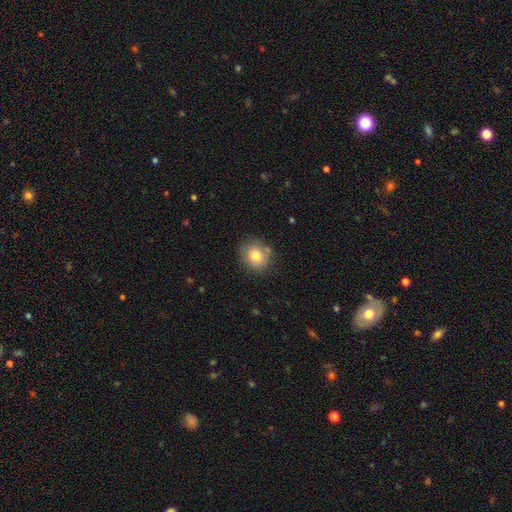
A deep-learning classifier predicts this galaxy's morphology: Smooth or featured? Predicted: smooth (p=0.80). How rounded? Predicted: round (p=0.77). Merging? Predicted: none (p=0.78).